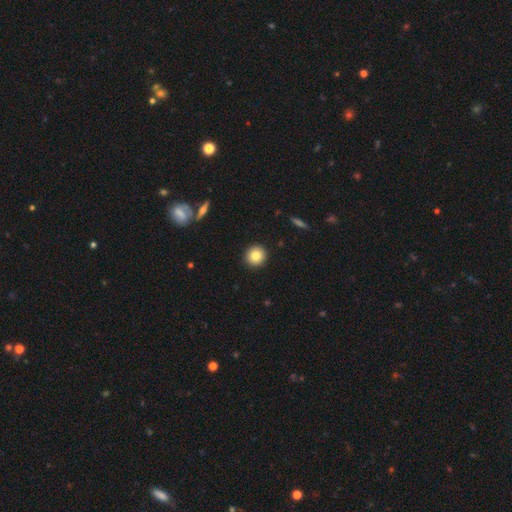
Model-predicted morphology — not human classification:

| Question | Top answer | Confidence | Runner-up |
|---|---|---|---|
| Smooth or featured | smooth | 83% | star or artifact (9%) |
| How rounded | round | 94% | in between (5%) |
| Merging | none | 93% | minor disturbance (5%) |